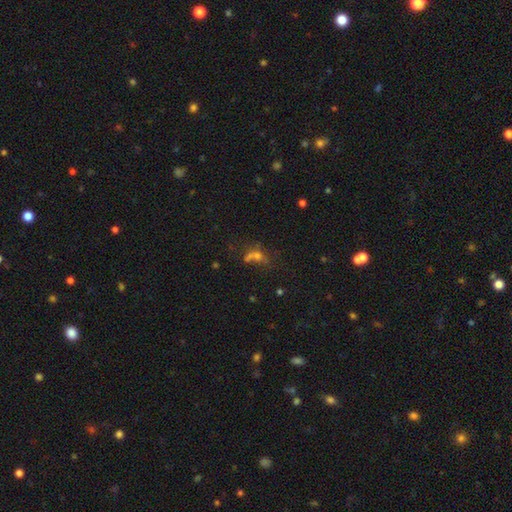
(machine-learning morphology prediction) This is marginally a smooth galaxy (42%). Merging: marginally none (35%).